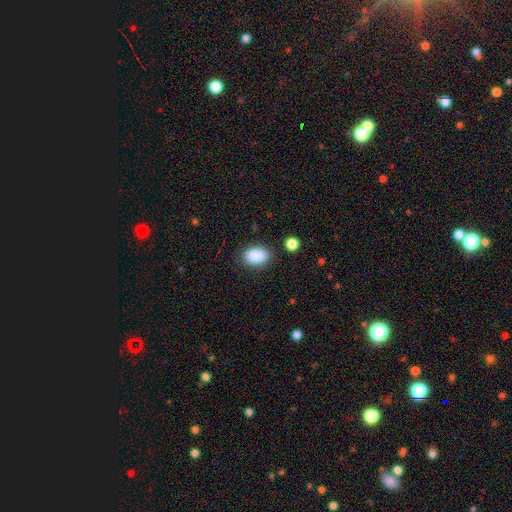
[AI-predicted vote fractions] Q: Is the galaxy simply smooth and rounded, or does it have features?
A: smooth — 89%.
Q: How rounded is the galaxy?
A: in between — 86%.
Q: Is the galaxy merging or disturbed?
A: none — 83%.